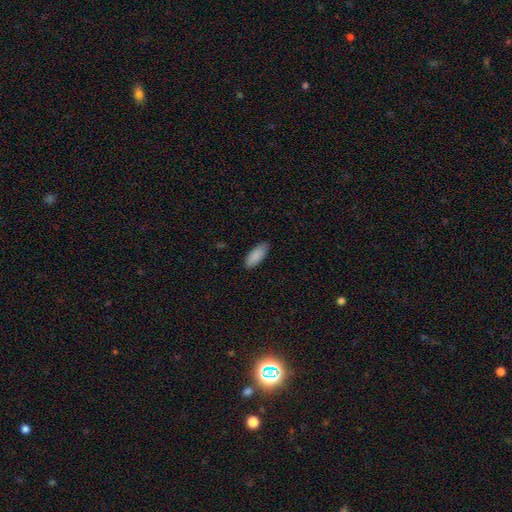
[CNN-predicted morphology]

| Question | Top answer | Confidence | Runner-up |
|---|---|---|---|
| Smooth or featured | smooth | 89% | star or artifact (6%) |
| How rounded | in between | 80% | cigar-shaped (18%) |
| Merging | none | 85% | minor disturbance (12%) |